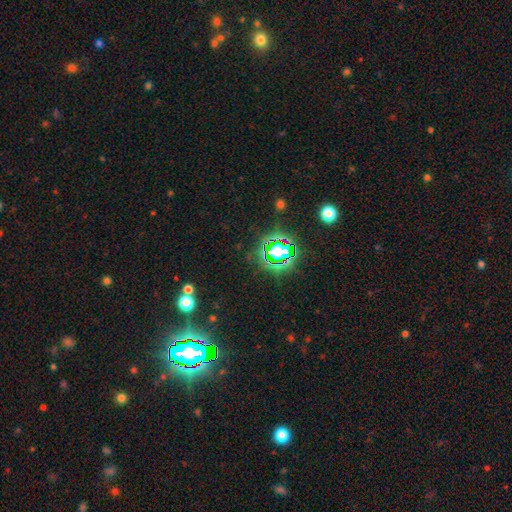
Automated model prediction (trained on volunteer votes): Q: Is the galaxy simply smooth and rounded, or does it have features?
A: star or artifact — 81%.